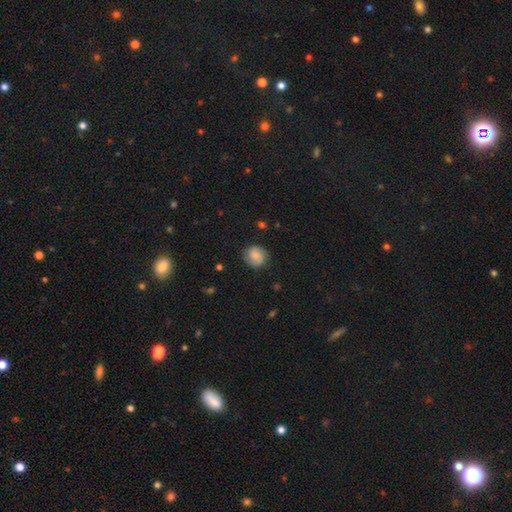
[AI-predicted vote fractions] Smooth or featured: smooth — 64% (featured or disk — 27%)
How rounded: round — 80% (in between — 19%)
Merging: none — 80% (minor disturbance — 14%)